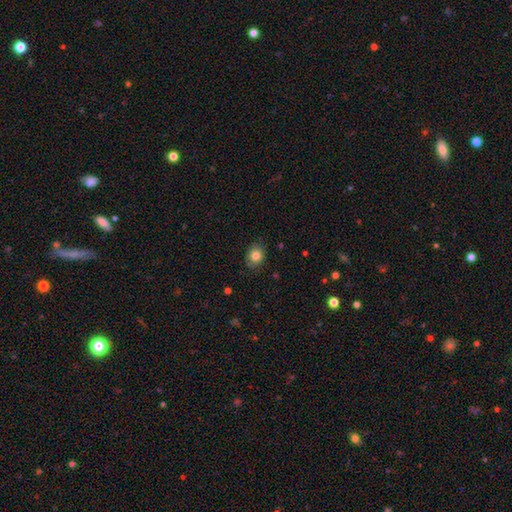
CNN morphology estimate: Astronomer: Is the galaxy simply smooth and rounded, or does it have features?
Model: smooth — 81%.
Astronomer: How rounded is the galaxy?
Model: round — 51% (runner-up: in between, 48%).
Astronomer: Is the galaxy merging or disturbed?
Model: none — 81%.